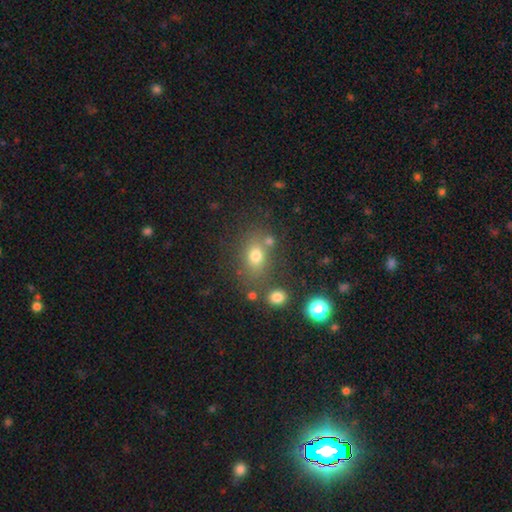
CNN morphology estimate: Q: Smooth or featured?
A: smooth (72%); runner-up: star or artifact (16%)
Q: How rounded?
A: in between (59%); runner-up: round (39%)
Q: Merging?
A: none (67%); runner-up: minor disturbance (14%)